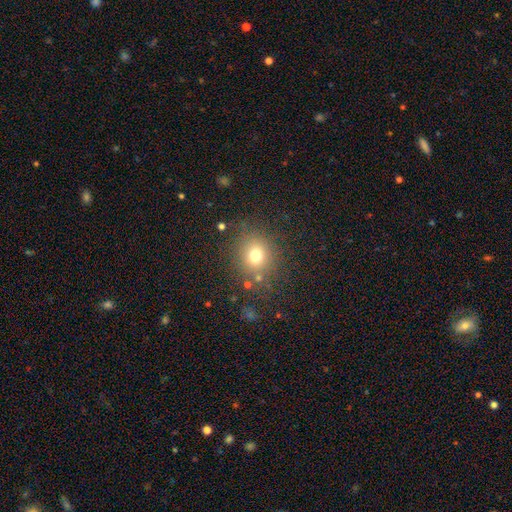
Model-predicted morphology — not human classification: The model was most divided on "smooth or featured": smooth: 73%, star or artifact: 17%, featured or disk: 10%. More confident: how rounded — round (82%); merging — none (80%).